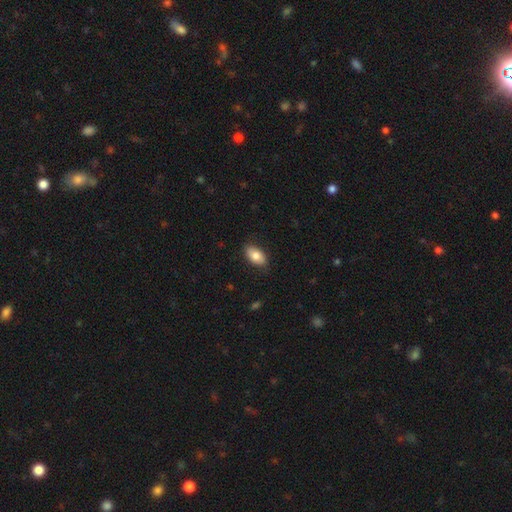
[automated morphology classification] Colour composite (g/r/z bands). It shows a smooth galaxy with no disk features (81%) that is in between round and cigar-shaped (93%). Merging: none (84%).